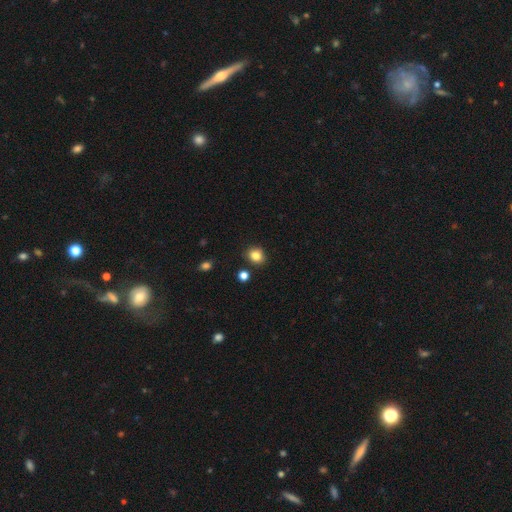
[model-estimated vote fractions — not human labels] Overall: smooth (84%). How rounded: round (72%). Merging: none (86%).